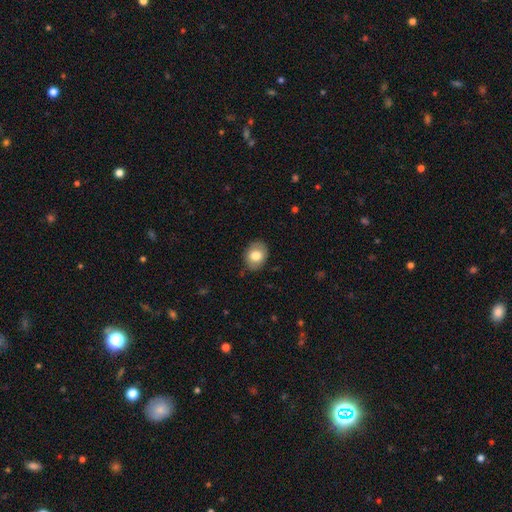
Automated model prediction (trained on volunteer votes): Smooth or featured? Predicted: smooth (p=0.78). How rounded? Predicted: in between (p=0.58). Merging? Predicted: none (p=0.85).